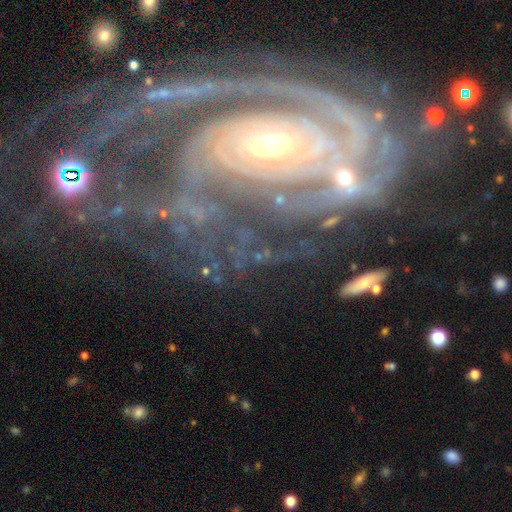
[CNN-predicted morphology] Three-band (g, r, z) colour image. It shows a featured or disk galaxy (80%) with no bar (52%), tight (73%) spiral arms (93%) and a moderate central bulge (50%). Merging: none (63%).